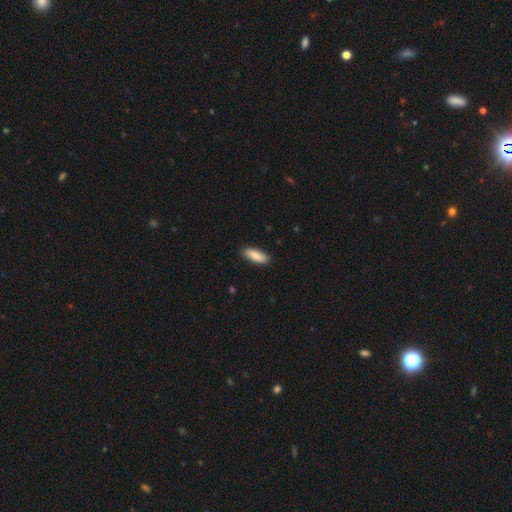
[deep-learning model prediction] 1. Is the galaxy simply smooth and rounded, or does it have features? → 87% smooth, 8% featured or disk, 6% star or artifact.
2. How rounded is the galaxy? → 63% in between, 35% cigar-shaped, 2% round.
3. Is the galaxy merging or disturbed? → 87% none, 10% minor disturbance, 2% major disturbance, 1% merger.